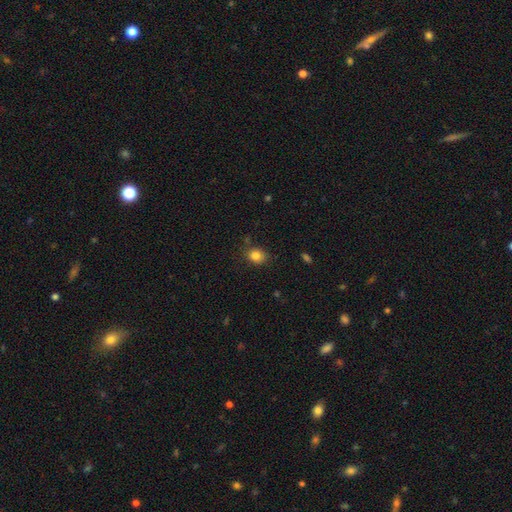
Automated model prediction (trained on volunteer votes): A smooth galaxy with no disk features (83%) that is round (59%). Merging: none (80%).